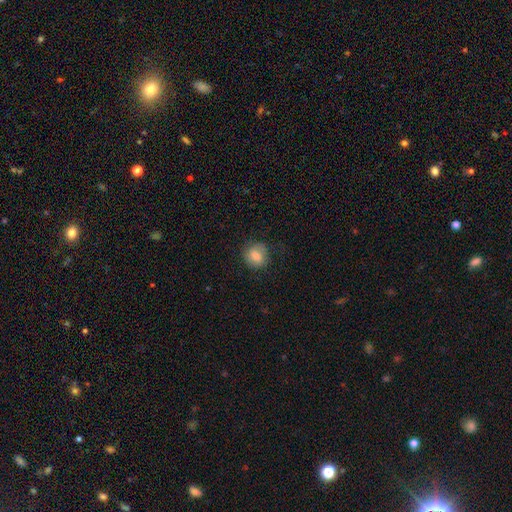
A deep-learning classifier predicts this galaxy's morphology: smooth-or-featured: smooth: 75% | featured or disk: 17% | star or artifact: 8%
  how-rounded: round: 66% | in between: 32% | cigar-shaped: 1%
  merging: none: 75% | minor disturbance: 18% | major disturbance: 6% | merger: 1%